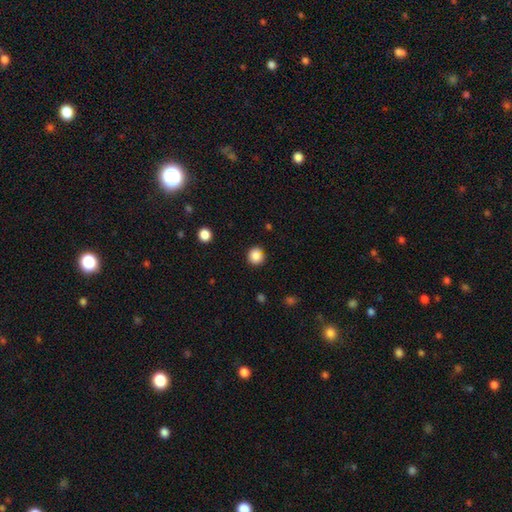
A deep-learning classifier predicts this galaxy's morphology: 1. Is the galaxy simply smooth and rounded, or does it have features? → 86% smooth, 11% star or artifact, 4% featured or disk.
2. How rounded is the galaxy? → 90% round, 9% in between, 1% cigar-shaped.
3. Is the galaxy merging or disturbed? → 82% none, 11% minor disturbance, 4% merger, 3% major disturbance.